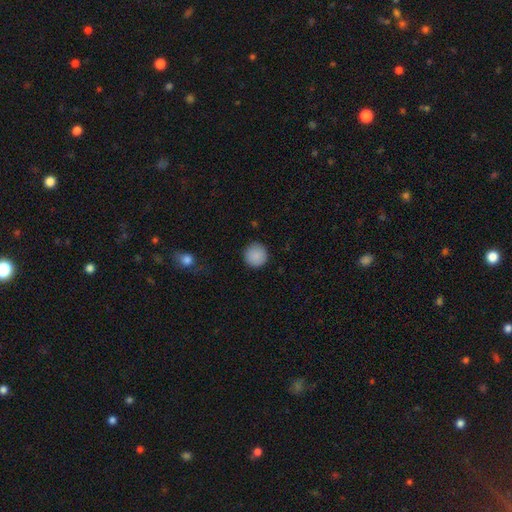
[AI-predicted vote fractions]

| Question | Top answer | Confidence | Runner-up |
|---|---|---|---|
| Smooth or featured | smooth | 89% | star or artifact (8%) |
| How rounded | round | 95% | in between (4%) |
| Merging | none | 91% | minor disturbance (6%) |